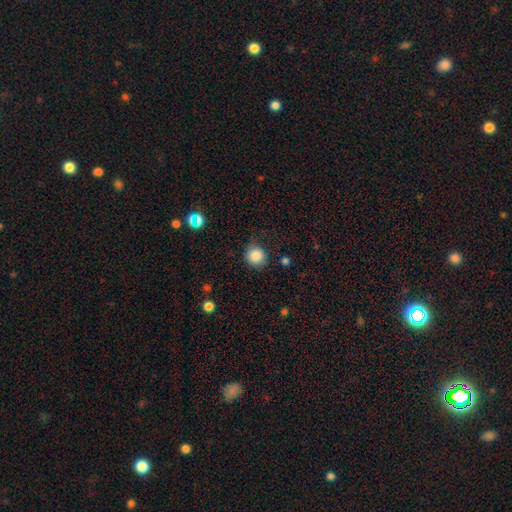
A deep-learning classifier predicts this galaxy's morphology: This is clearly a smooth galaxy (85%). How rounded: clearly round (90%). Merging: likely none (79%).